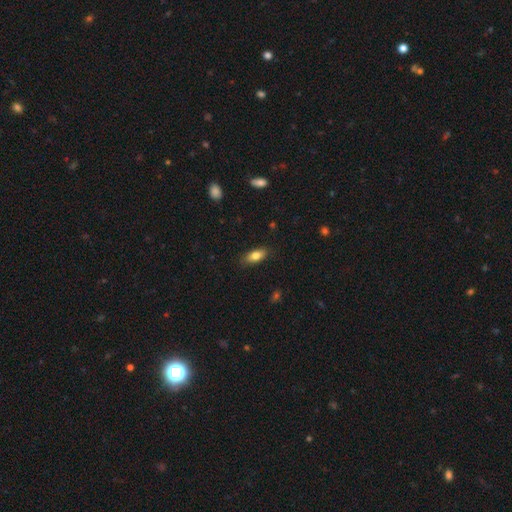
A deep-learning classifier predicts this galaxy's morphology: Smooth or featured? Predicted: smooth (p=0.79). How rounded? Predicted: in between (p=0.81). Merging? Predicted: none (p=0.84).